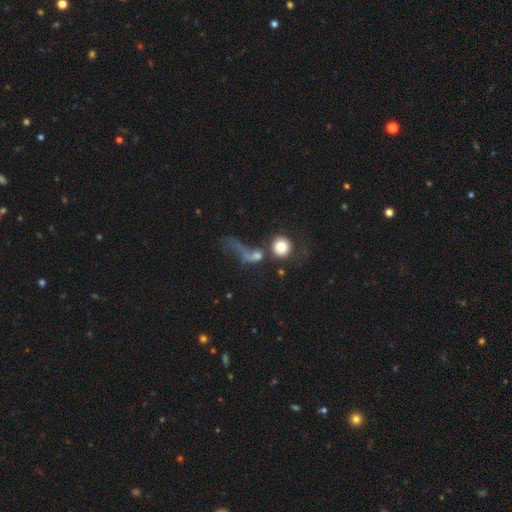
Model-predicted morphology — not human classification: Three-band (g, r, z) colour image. It shows a smooth galaxy with no disk features (53%) that is round (61%). Merging: major disturbance (35%).